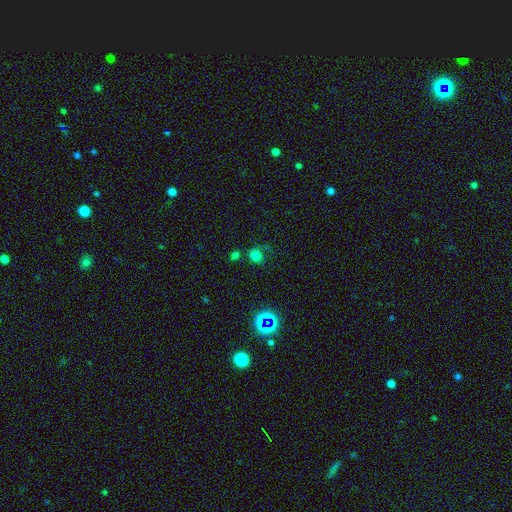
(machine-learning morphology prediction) Q: Smooth or featured?
A: smooth (71%); runner-up: star or artifact (21%)
Q: How rounded?
A: round (68%); runner-up: in between (30%)
Q: Merging?
A: none (60%); runner-up: minor disturbance (18%)